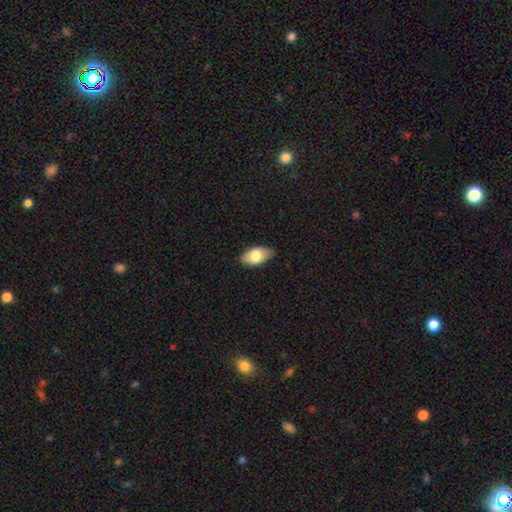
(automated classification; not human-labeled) smooth_or_featured: smooth (p=0.77) [alt: featured or disk p=0.17]
how_rounded: in between (p=0.94) [alt: round p=0.04]
merging: none (p=0.85) [alt: minor disturbance p=0.12]